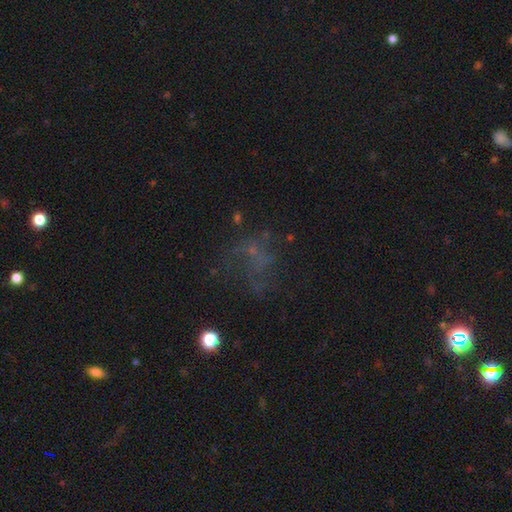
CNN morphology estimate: Smooth or featured: featured or disk — 37% (star or artifact — 35%)
Merging: none — 45% (major disturbance — 34%)